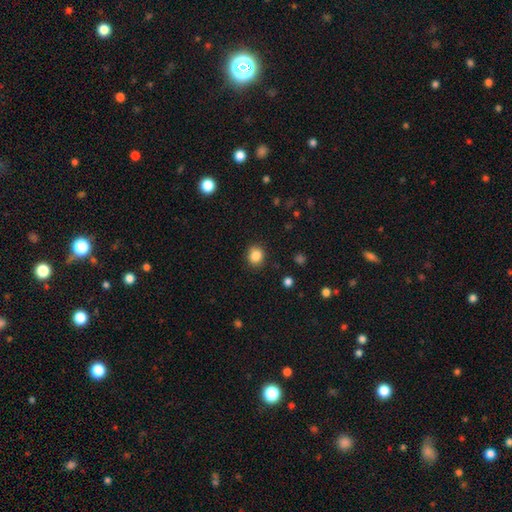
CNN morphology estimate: smooth-or-featured: smooth: 85% | star or artifact: 10% | featured or disk: 5%
  how-rounded: round: 70% | in between: 30% | cigar-shaped: 1%
  merging: none: 87% | minor disturbance: 9% | major disturbance: 3% | merger: 1%